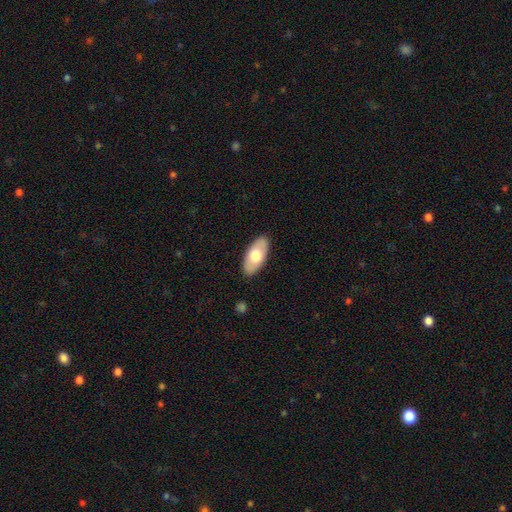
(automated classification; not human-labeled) Morphology: type=smooth (64%); roundness=in between (91%); merging=none (88%).